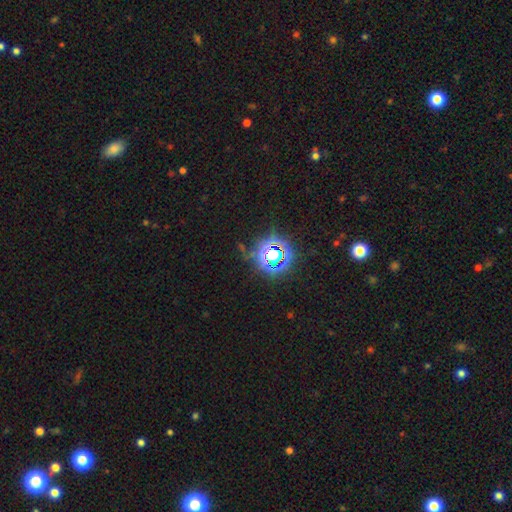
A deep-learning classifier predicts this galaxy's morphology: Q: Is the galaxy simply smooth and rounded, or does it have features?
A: star or artifact — 77%.